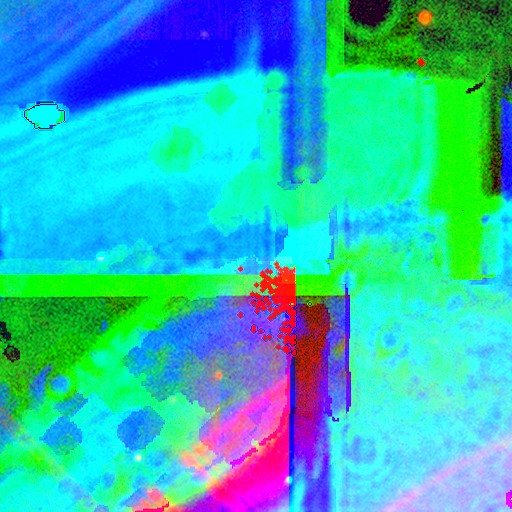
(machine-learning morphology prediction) Smooth or featured? Predicted: star or artifact (p=0.86).